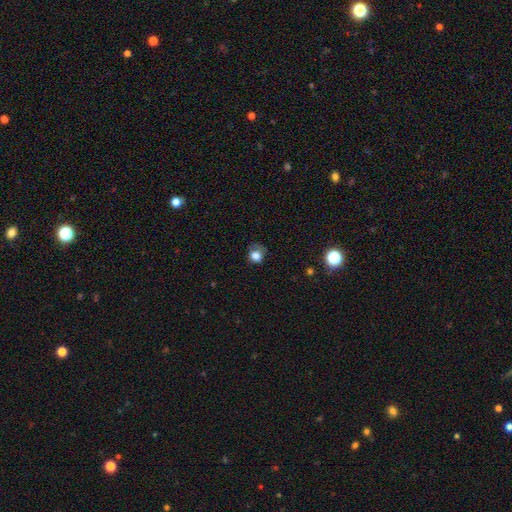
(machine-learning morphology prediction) Smooth or featured? smooth (76%)
How rounded? round (74%)
Merging? none (52%)